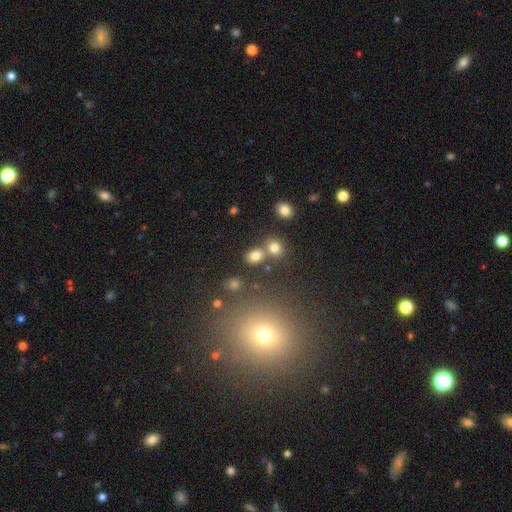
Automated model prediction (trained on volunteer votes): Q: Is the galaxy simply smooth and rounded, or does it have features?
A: smooth — 77%.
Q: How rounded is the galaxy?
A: in between — 53%.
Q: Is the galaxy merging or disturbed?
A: none — 62%.